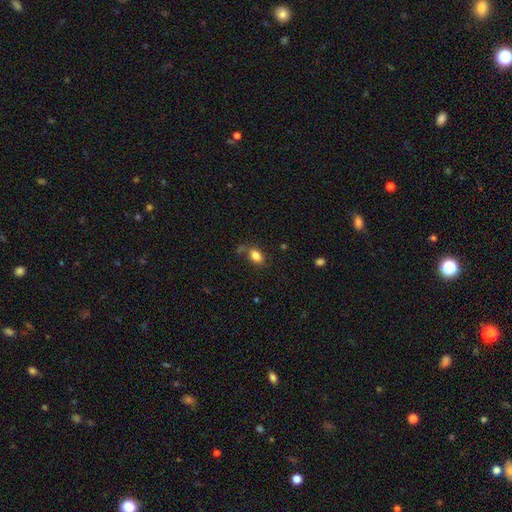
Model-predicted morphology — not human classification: This is clearly a smooth galaxy (83%). How rounded: clearly in between (82%). Merging: likely none (71%).